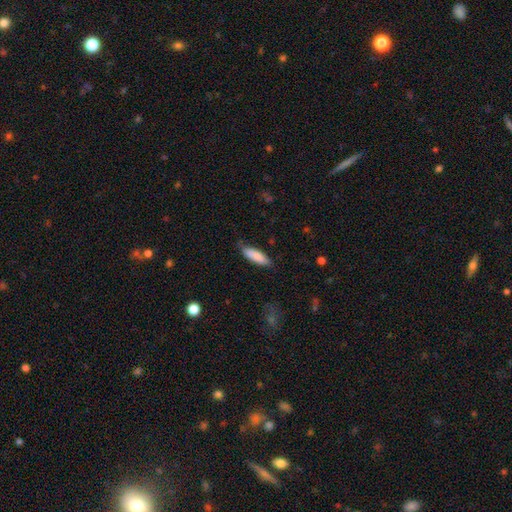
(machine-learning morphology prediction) type=smooth (86%); roundness=cigar-shaped (51%); merging=none (74%).